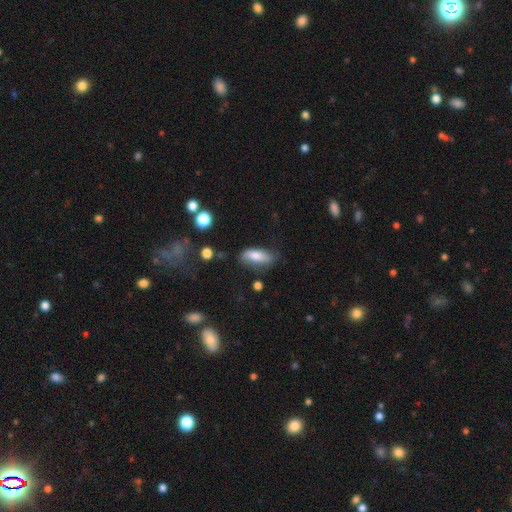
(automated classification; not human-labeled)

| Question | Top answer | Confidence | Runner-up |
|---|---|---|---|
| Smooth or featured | smooth | 73% | featured or disk (19%) |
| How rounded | in between | 76% | cigar-shaped (21%) |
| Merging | none | 59% | minor disturbance (28%) |